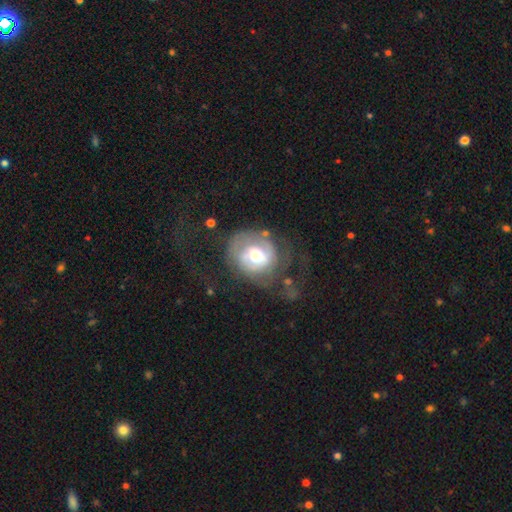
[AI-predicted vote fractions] Morphology: type=featured or disk (65%); edge-on=no (97%); bar=no (45%); spiral arms=yes (70%); bulge=moderate (64%); merging=none (41%).